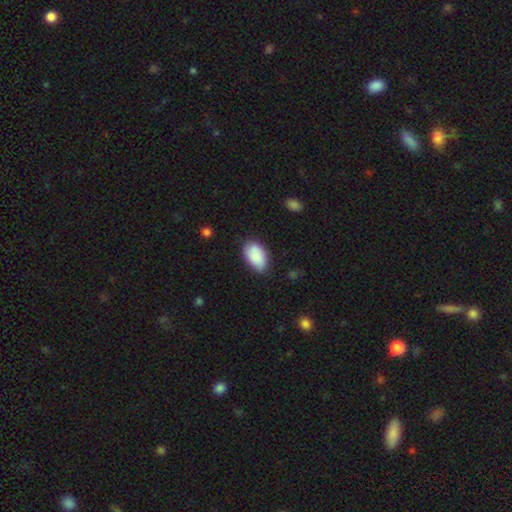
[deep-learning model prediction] smooth_or_featured: smooth (p=0.85) [alt: featured or disk p=0.08]
how_rounded: in between (p=0.93) [alt: round p=0.06]
merging: none (p=0.73) [alt: minor disturbance p=0.20]